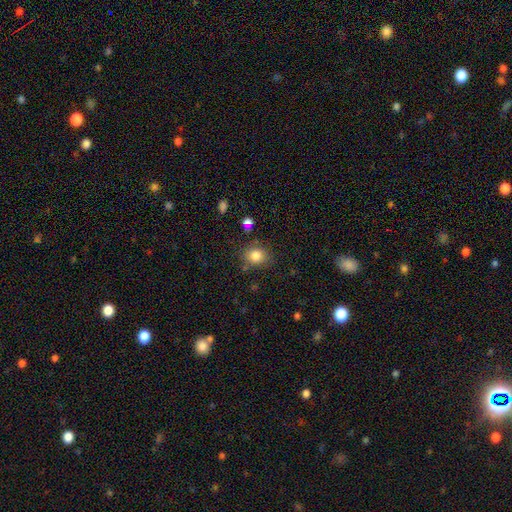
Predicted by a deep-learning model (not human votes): Morphology: type=smooth (82%); roundness=round (69%); merging=none (78%).